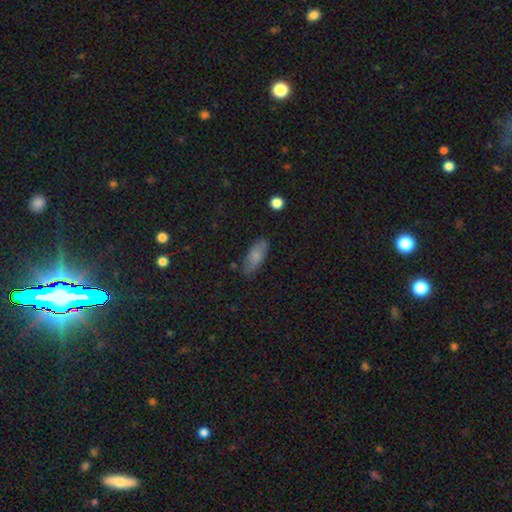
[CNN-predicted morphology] Smooth or featured?
  - smooth: 77% *
  - featured or disk: 15%
  - star or artifact: 8%
How rounded?
  - in between: 80% *
  - cigar-shaped: 17%
  - round: 2%
Merging?
  - none: 77% *
  - minor disturbance: 17%
  - major disturbance: 4%
  - merger: 2%